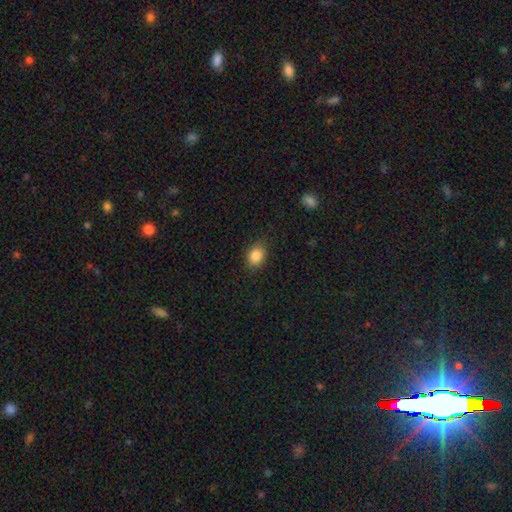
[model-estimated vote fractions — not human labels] This appears to be a smooth galaxy with no disk features (86%) that is in between round and cigar-shaped (65%). Merging: none (83%).